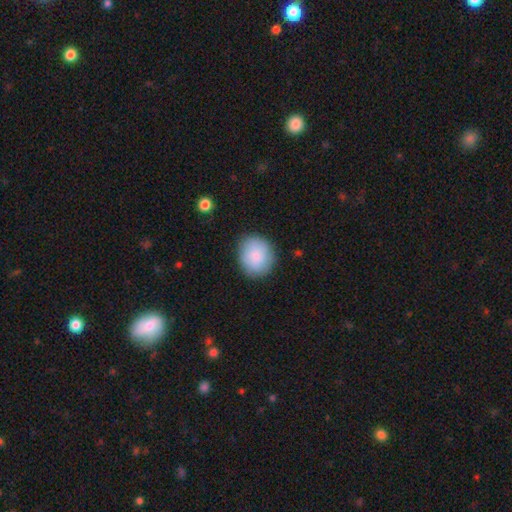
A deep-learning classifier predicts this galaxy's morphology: The model was most divided on "how rounded": round: 74%, in between: 25%, cigar-shaped: 1%. More confident: merging — none (84%); smooth or featured — smooth (83%).